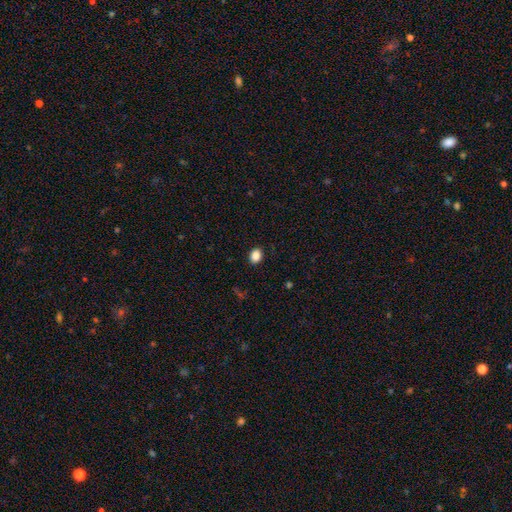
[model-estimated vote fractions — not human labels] Smooth or featured: smooth — 87% (star or artifact — 9%)
How rounded: in between — 58% (round — 41%)
Merging: none — 89% (minor disturbance — 8%)